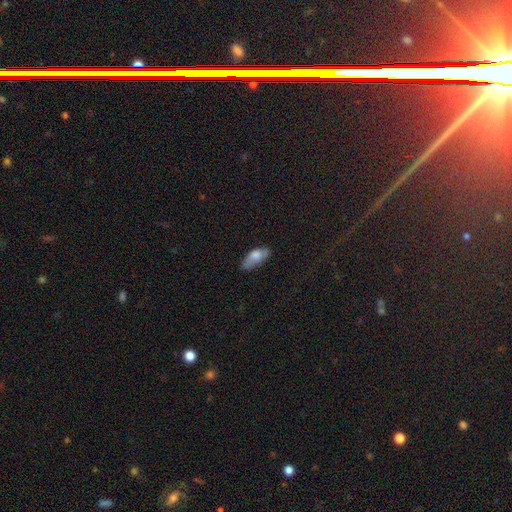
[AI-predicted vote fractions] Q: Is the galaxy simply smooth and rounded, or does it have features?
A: smooth — 75%.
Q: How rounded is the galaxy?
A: in between — 83%.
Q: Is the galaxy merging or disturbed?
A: none — 62%.